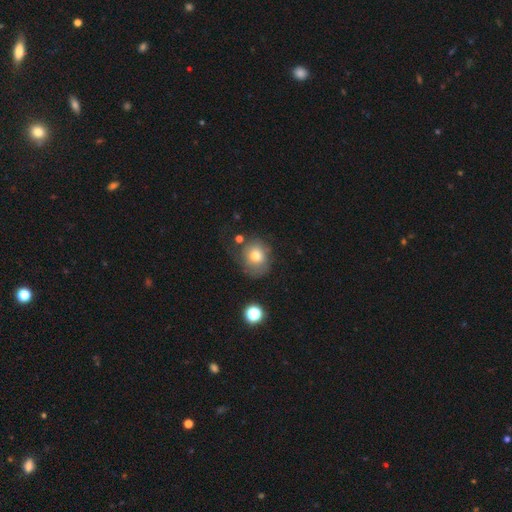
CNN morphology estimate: Smooth or featured? Predicted: smooth (p=0.72). How rounded? Predicted: round (p=0.69). Merging? Predicted: none (p=0.54).